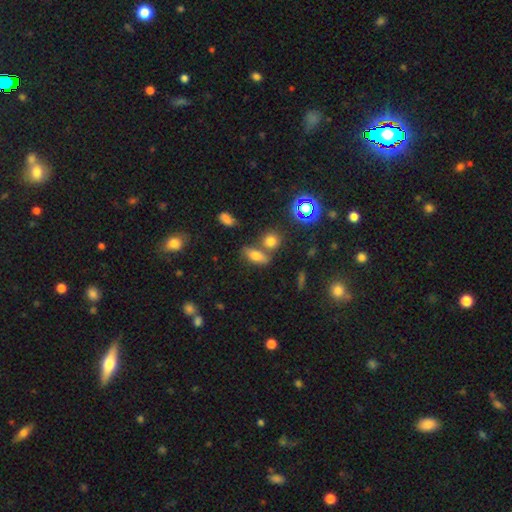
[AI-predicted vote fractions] Q: Smooth or featured?
A: smooth (70%); runner-up: star or artifact (16%)
Q: How rounded?
A: in between (70%); runner-up: cigar-shaped (19%)
Q: Merging?
A: none (61%); runner-up: merger (23%)